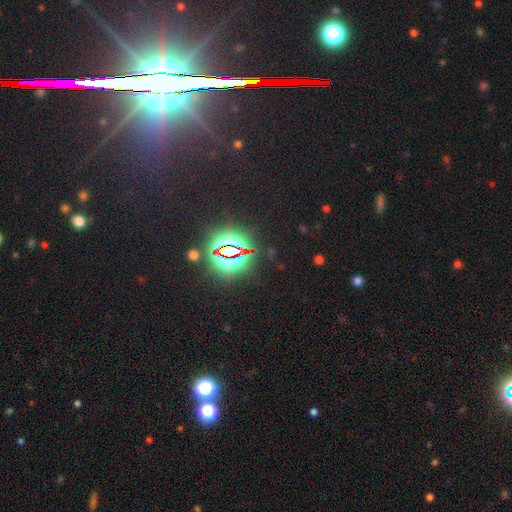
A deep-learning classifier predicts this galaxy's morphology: Smooth or featured? Predicted: star or artifact (p=0.83).